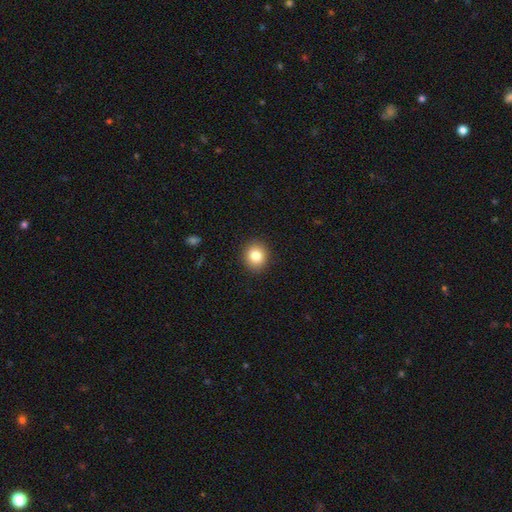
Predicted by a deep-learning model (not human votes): Smooth or featured: smooth — 84% (star or artifact — 10%)
How rounded: round — 78% (in between — 21%)
Merging: none — 91% (minor disturbance — 6%)